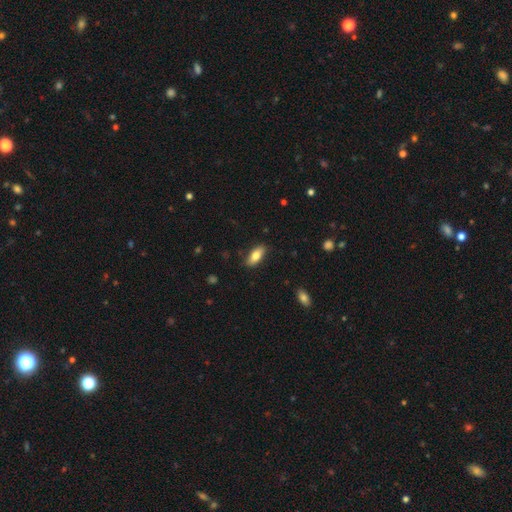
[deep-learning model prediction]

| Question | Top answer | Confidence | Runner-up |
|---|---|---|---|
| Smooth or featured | smooth | 79% | featured or disk (15%) |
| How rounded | in between | 80% | cigar-shaped (17%) |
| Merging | none | 84% | minor disturbance (13%) |